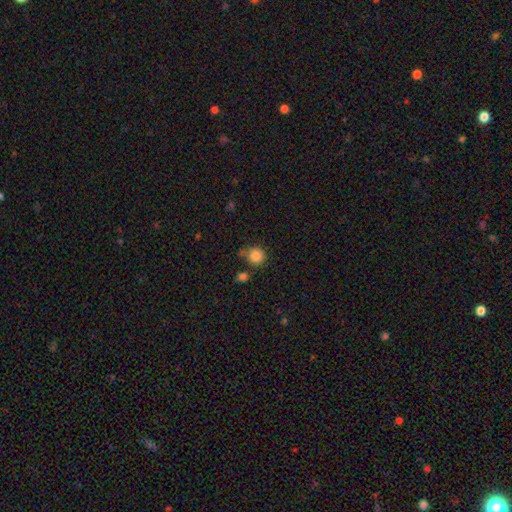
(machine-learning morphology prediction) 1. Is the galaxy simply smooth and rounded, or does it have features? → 85% smooth, 10% star or artifact, 4% featured or disk.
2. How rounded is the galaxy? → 90% round, 9% in between, 1% cigar-shaped.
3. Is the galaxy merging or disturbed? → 65% none, 18% minor disturbance, 11% merger, 6% major disturbance.